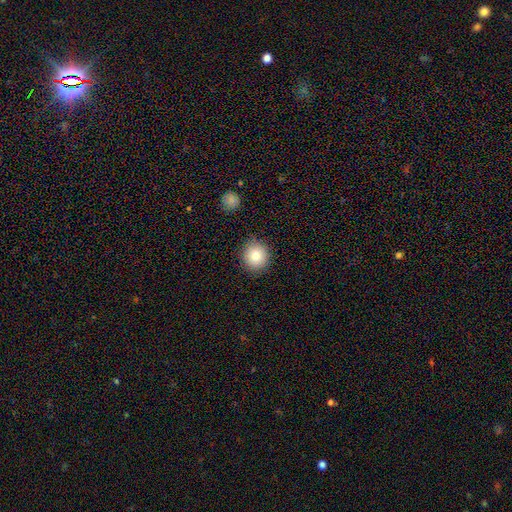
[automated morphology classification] smooth_or_featured: smooth (p=0.81) [alt: star or artifact p=0.10]
how_rounded: round (p=0.88) [alt: in between p=0.11]
merging: none (p=0.87) [alt: minor disturbance p=0.09]